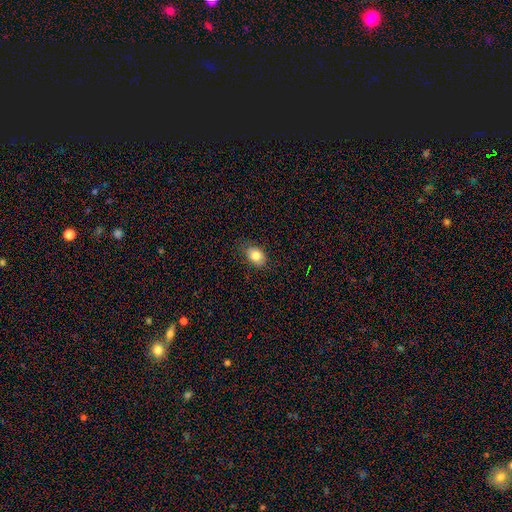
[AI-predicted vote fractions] This appears to be a smooth galaxy with no disk features (82%) that is in between round and cigar-shaped (77%). Merging: none (79%).